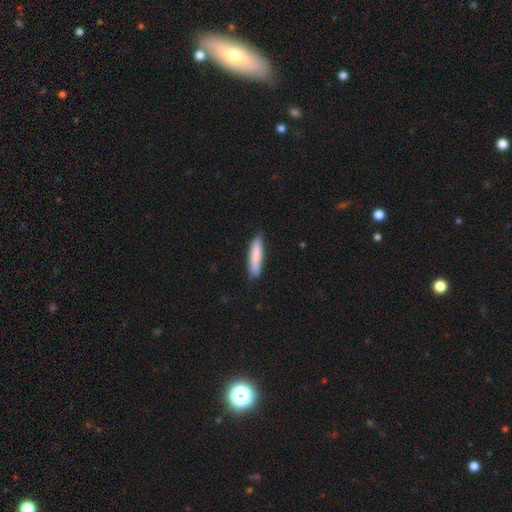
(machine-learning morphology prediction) Smooth or featured? Predicted: smooth (p=0.82). How rounded? Predicted: cigar-shaped (p=0.82). Merging? Predicted: none (p=0.81).